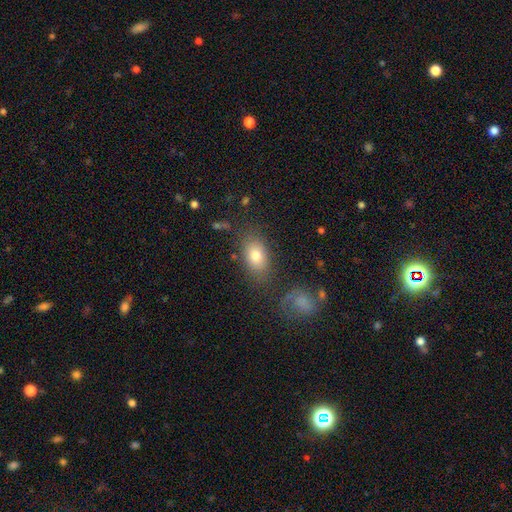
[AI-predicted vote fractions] This is likely a smooth galaxy (78%). How rounded: clearly in between (84%). Merging: likely none (76%).